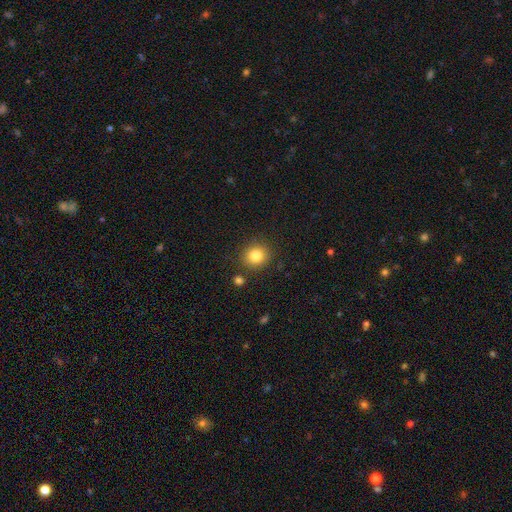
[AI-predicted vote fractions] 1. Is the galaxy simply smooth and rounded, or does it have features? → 82% smooth, 11% star or artifact, 6% featured or disk.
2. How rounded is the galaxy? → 84% round, 16% in between, 1% cigar-shaped.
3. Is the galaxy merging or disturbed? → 86% none, 8% minor disturbance, 4% merger, 3% major disturbance.